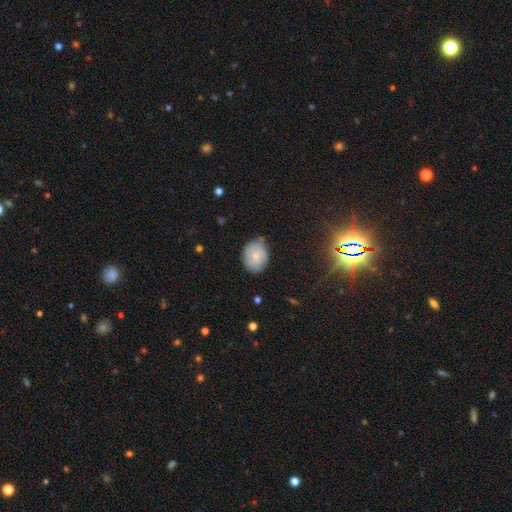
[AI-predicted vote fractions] Overall: smooth (70%). How rounded: in between (55%; round 44%). Merging: none (69%).